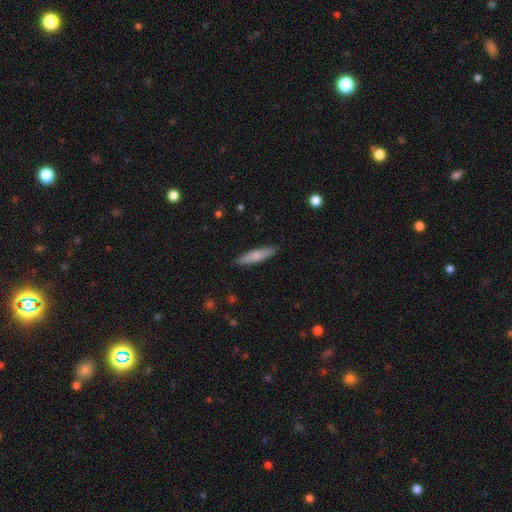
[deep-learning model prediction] This appears to be a smooth galaxy with no disk features (72%) that is cigar-shaped (83%). Merging: none (89%).